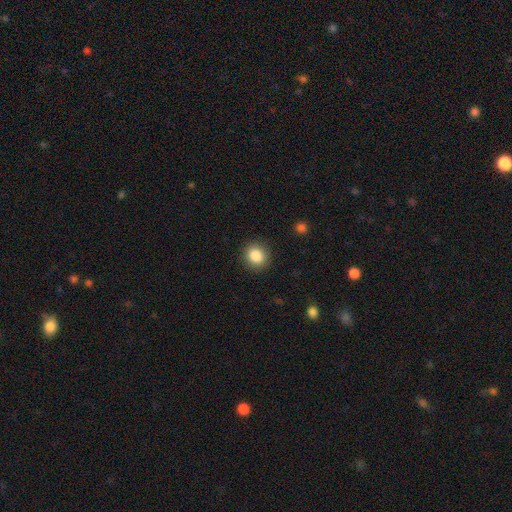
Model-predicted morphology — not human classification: smooth-or-featured: smooth: 86% | star or artifact: 9% | featured or disk: 5%
  how-rounded: round: 85% | in between: 14% | cigar-shaped: 1%
  merging: none: 90% | minor disturbance: 6% | major disturbance: 2% | merger: 1%